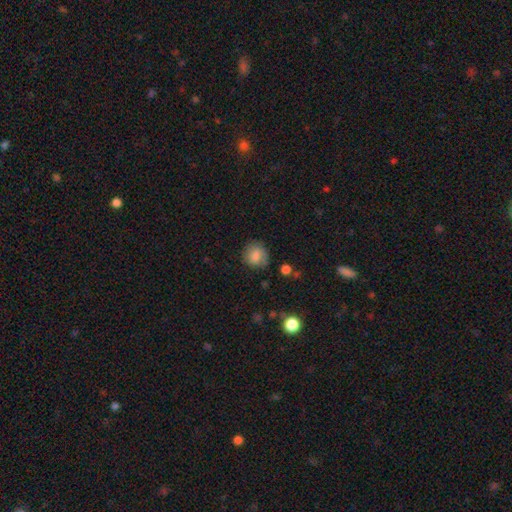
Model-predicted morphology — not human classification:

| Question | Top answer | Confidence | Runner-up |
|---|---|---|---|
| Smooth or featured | smooth | 82% | featured or disk (9%) |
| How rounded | round | 82% | in between (17%) |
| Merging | none | 77% | minor disturbance (16%) |